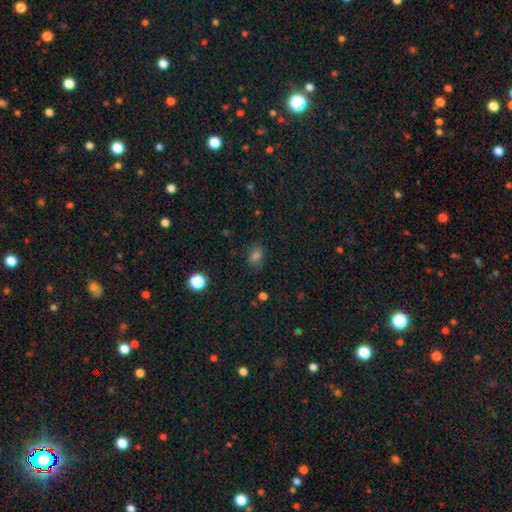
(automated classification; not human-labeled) Smooth or featured? smooth (72%)
How rounded? in between (65%)
Merging? none (78%)